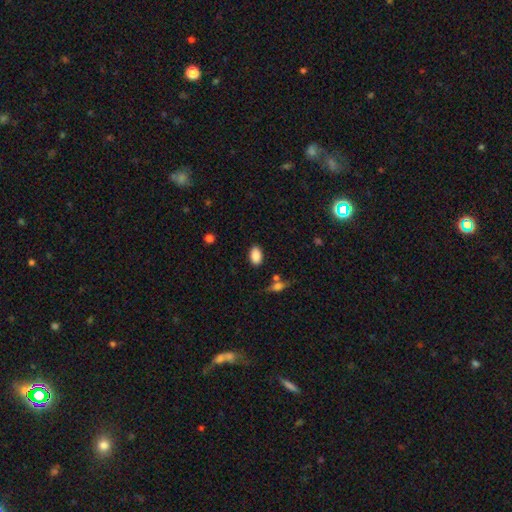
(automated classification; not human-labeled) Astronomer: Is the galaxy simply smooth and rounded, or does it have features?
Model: smooth — 88%.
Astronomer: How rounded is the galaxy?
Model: in between — 89%.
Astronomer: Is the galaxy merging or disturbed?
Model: none — 85%.